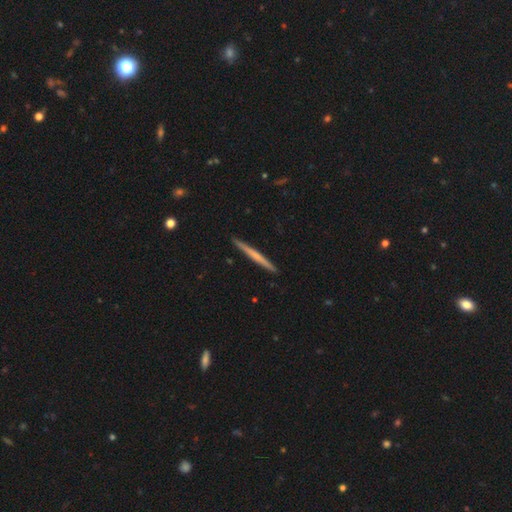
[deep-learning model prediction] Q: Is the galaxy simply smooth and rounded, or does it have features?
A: featured or disk — 48%.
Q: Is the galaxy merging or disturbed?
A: none — 93%.